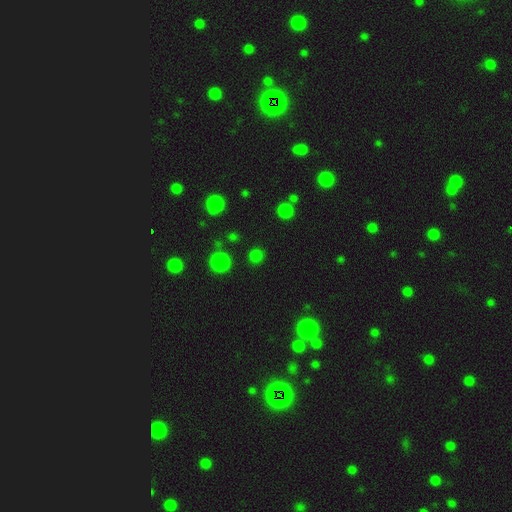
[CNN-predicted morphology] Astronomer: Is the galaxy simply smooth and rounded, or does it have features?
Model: smooth — 77%.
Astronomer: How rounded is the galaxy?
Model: round — 90%.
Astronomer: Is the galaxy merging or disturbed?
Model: none — 86%.